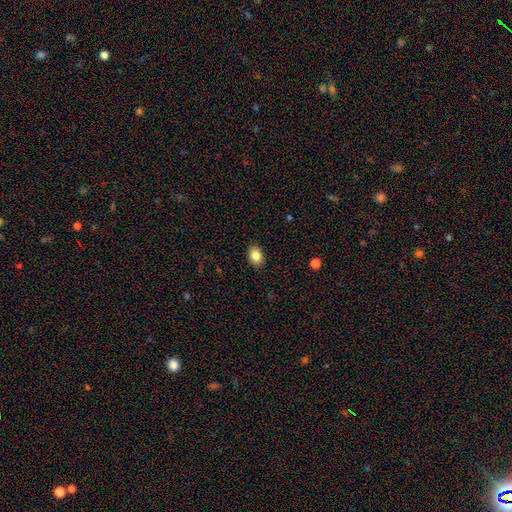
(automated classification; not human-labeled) smooth 85%, star or artifact 9%, featured or disk 6%. Down the decision tree: how rounded — in between (75%); merging — none (90%).